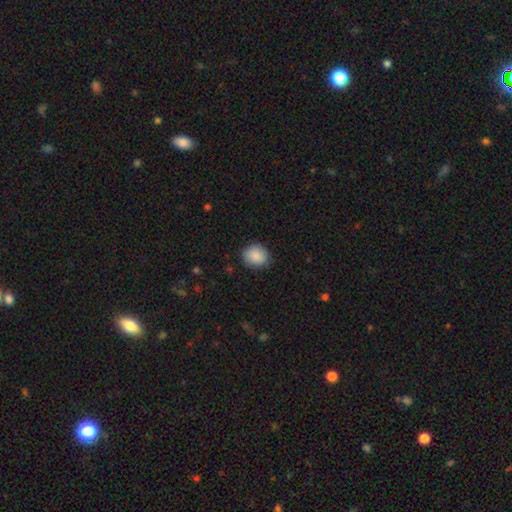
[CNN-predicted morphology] A smooth galaxy with no disk features (89%) that is round (73%).

Vote fractions:
- Smooth or featured? smooth: 89% / star or artifact: 7% / featured or disk: 4%
- How rounded? round: 73% / in between: 26% / cigar-shaped: 1%
- Merging? none: 86% / minor disturbance: 11% / major disturbance: 2% / merger: 1%